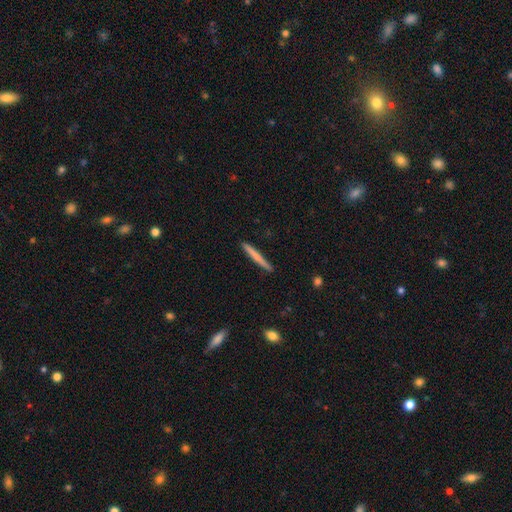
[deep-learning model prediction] Smooth or featured? smooth (66%)
How rounded? cigar-shaped (97%)
Merging? none (90%)